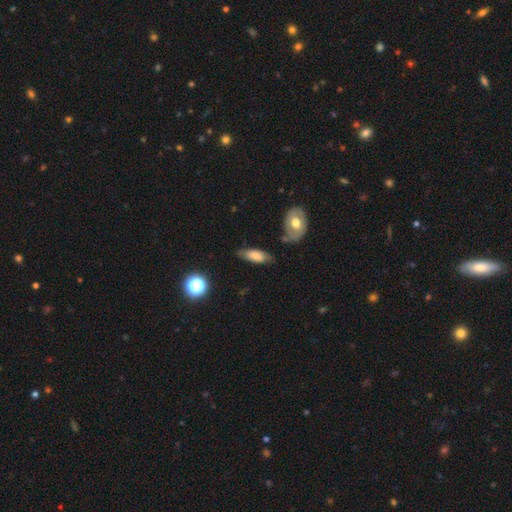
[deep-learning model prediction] smooth_or_featured: smooth (p=0.73) [alt: featured or disk p=0.19]
how_rounded: in between (p=0.74) [alt: cigar-shaped p=0.23]
merging: none (p=0.60) [alt: minor disturbance p=0.27]